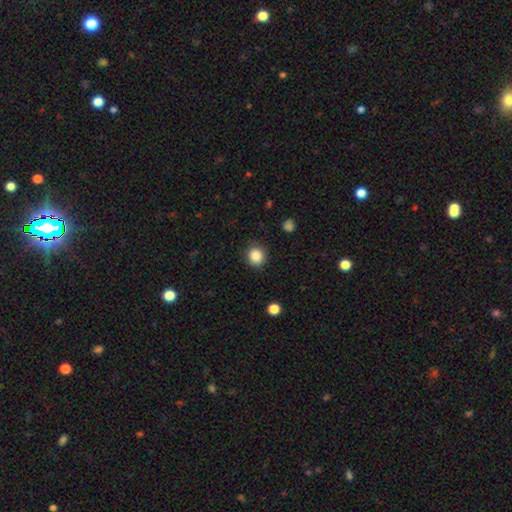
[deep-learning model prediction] Smooth or featured?
  - smooth: 86% *
  - star or artifact: 10%
  - featured or disk: 3%
How rounded?
  - round: 90% *
  - in between: 9%
  - cigar-shaped: 1%
Merging?
  - none: 88% *
  - minor disturbance: 8%
  - major disturbance: 3%
  - merger: 1%